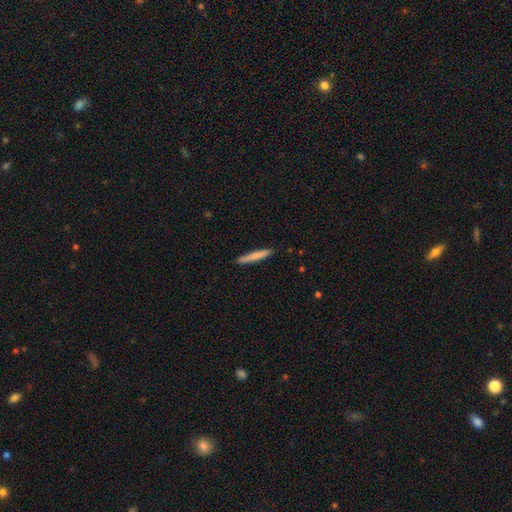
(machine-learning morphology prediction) This appears to be a smooth galaxy with no disk features (77%) that is cigar-shaped (95%). Merging: none (90%).